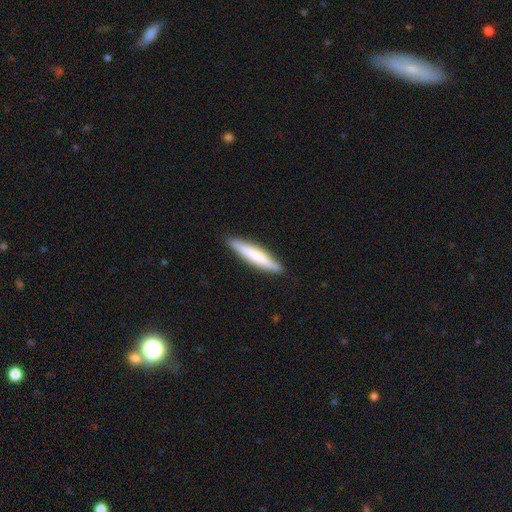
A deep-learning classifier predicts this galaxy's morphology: Smooth or featured?
  - smooth: 65% *
  - featured or disk: 30%
  - star or artifact: 5%
How rounded?
  - cigar-shaped: 90% *
  - in between: 8%
  - round: 1%
Merging?
  - none: 88% *
  - minor disturbance: 9%
  - major disturbance: 2%
  - merger: 1%